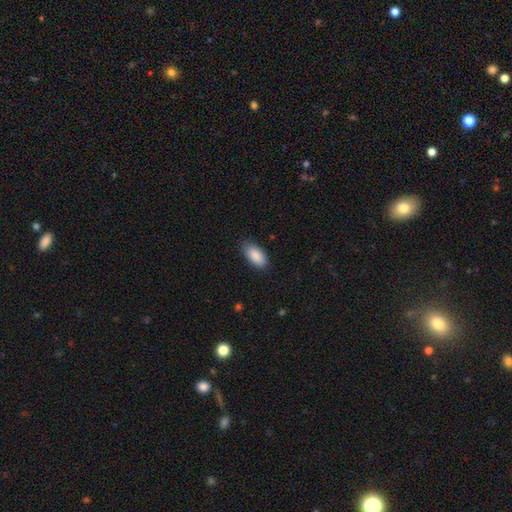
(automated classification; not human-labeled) Smooth or featured? Predicted: smooth (p=0.90). How rounded? Predicted: in between (p=0.92). Merging? Predicted: none (p=0.81).